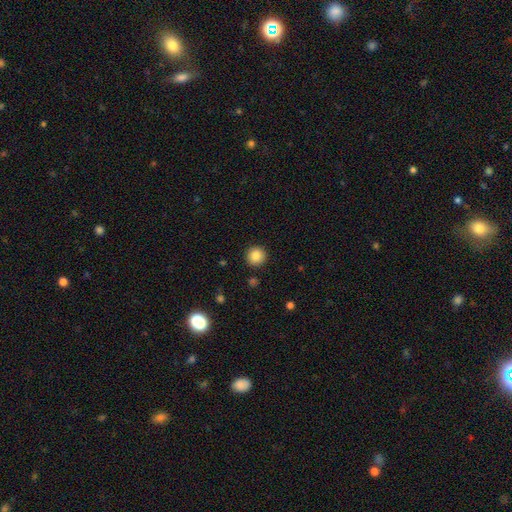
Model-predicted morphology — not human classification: Smooth or featured: smooth — 85% (star or artifact — 10%)
How rounded: round — 95% (in between — 4%)
Merging: none — 92% (minor disturbance — 5%)